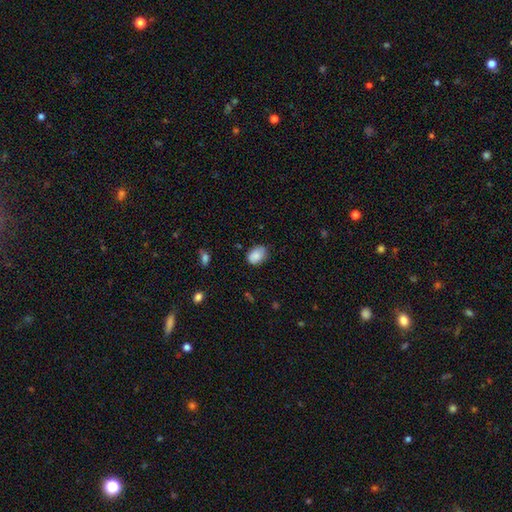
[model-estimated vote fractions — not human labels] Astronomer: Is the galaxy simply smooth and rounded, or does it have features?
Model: smooth — 86%.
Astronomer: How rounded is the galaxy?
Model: in between — 80%.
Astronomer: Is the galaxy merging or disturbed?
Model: none — 71%.